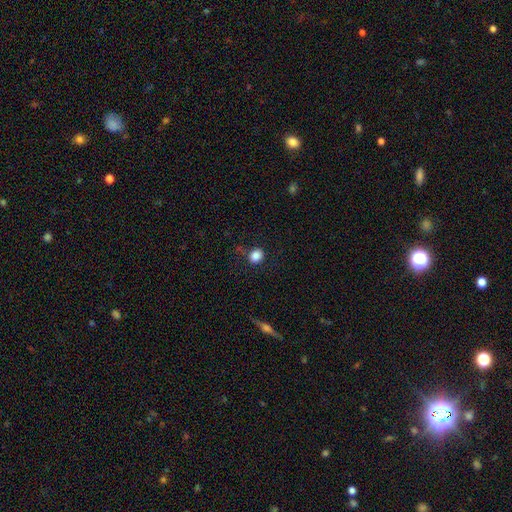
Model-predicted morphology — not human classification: A smooth galaxy with no disk features (85%) that is round (65%). Merging: none (81%).